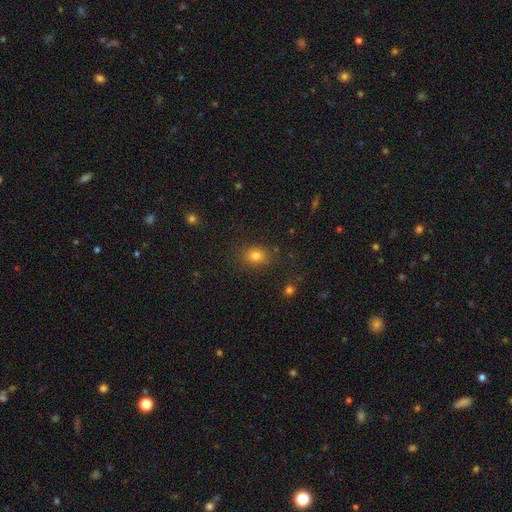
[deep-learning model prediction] A smooth galaxy with no disk features (79%) that is in between round and cigar-shaped (59%).

Vote fractions:
- Smooth or featured? smooth: 79% / star or artifact: 14% / featured or disk: 8%
- How rounded? in between: 59% / round: 39% / cigar-shaped: 1%
- Merging? none: 83% / minor disturbance: 11% / major disturbance: 4% / merger: 2%